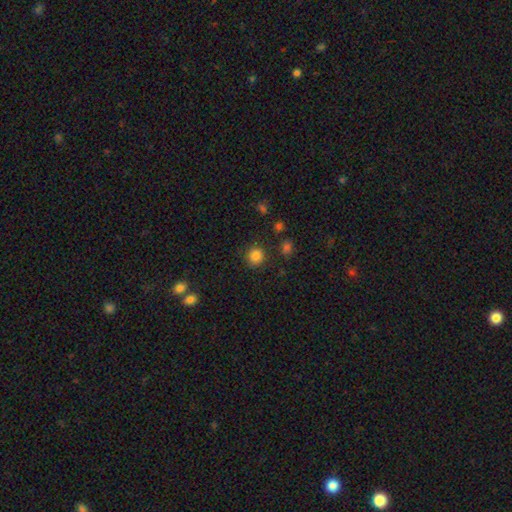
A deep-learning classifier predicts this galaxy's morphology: This appears to be a smooth galaxy with no disk features (83%) that is round (86%). Merging: none (86%).